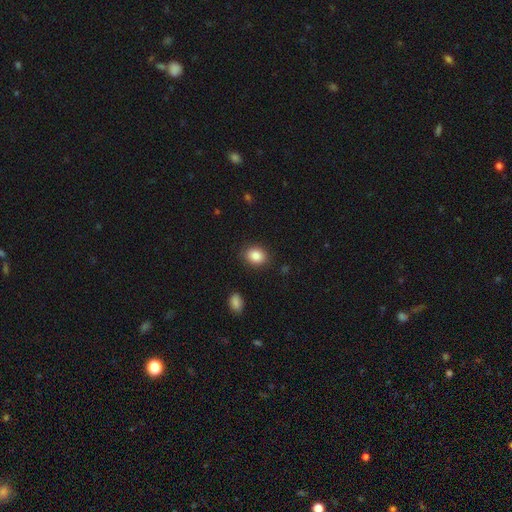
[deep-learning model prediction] smooth_or_featured: smooth (p=0.87) [alt: star or artifact p=0.09]
how_rounded: in between (p=0.52) [alt: round p=0.47]
merging: none (p=0.87) [alt: minor disturbance p=0.09]